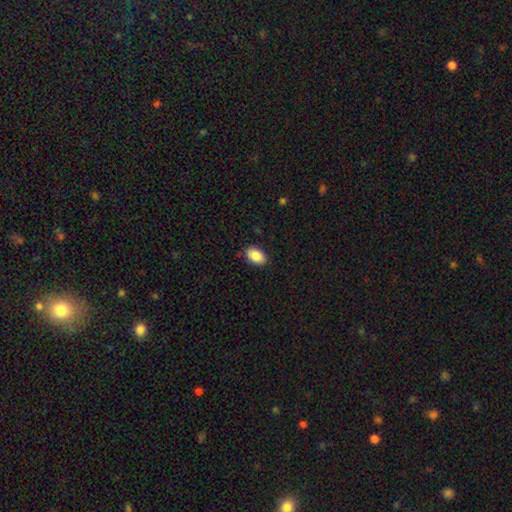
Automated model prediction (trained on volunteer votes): This is clearly a smooth galaxy (88%). How rounded: clearly in between (90%). Merging: clearly none (87%).